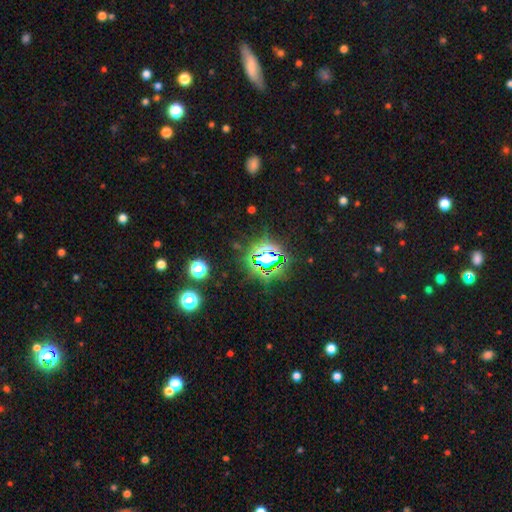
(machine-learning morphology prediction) Smooth or featured? Predicted: star or artifact (p=0.79).